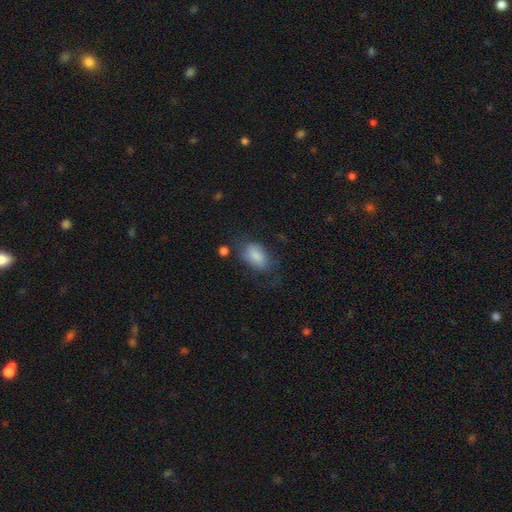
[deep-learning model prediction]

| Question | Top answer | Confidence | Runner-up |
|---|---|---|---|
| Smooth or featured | smooth | 80% | featured or disk (13%) |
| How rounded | in between | 90% | round (9%) |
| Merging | none | 53% | minor disturbance (26%) |